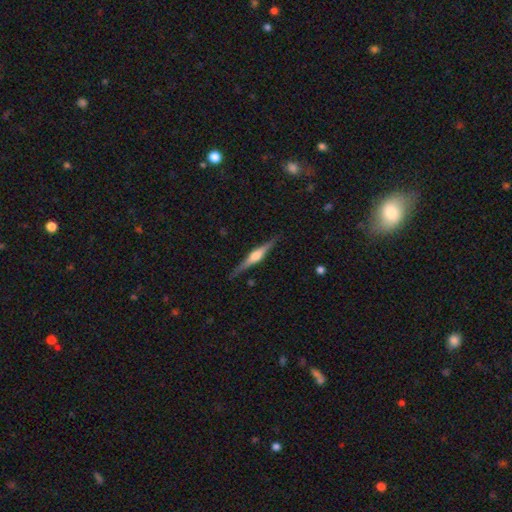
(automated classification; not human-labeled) smooth-or-featured: featured or disk: 77% | smooth: 18% | star or artifact: 5%
  disk-edge-on: yes: 98% | no: 2%
    edge-on-bulge: rounded: 86% | boxy: 11% | none: 4%
  merging: none: 89% | minor disturbance: 8% | major disturbance: 2% | merger: 1%